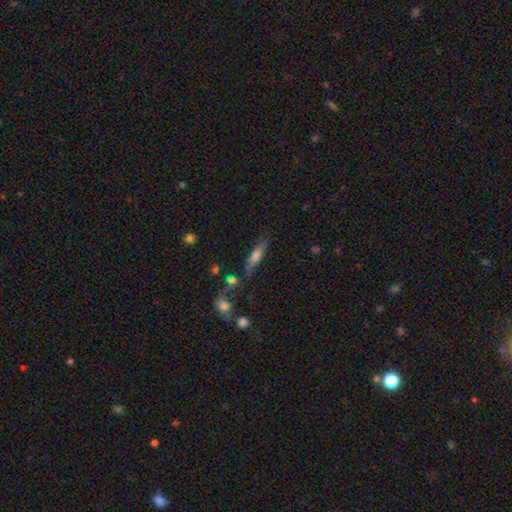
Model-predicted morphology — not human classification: This is possibly a smooth galaxy (52%). How rounded: likely cigar-shaped (67%). Merging: likely none (67%).